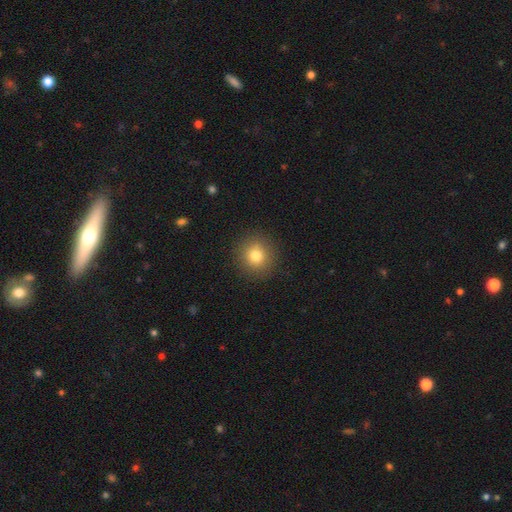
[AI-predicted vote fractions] Q: Smooth or featured?
A: smooth (79%); runner-up: star or artifact (12%)
Q: How rounded?
A: round (91%); runner-up: in between (8%)
Q: Merging?
A: none (91%); runner-up: minor disturbance (6%)